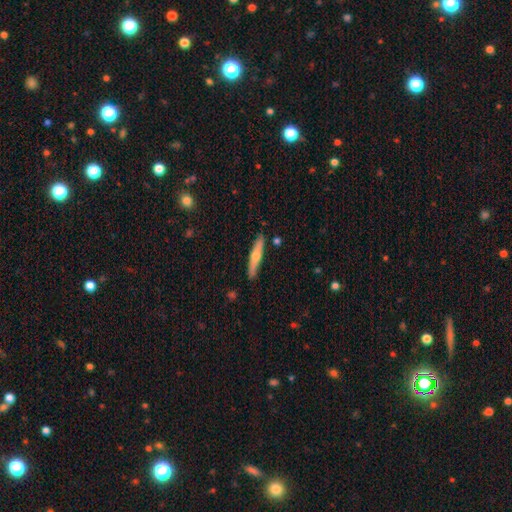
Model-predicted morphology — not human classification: This is possibly a featured or disk galaxy (48%). Merging: clearly none (89%).